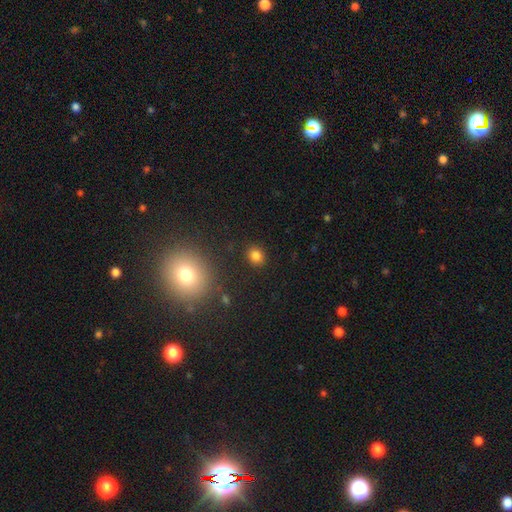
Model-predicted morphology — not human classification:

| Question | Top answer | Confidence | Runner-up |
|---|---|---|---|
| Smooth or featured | smooth | 82% | star or artifact (13%) |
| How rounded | round | 60% | in between (39%) |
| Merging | none | 87% | minor disturbance (8%) |